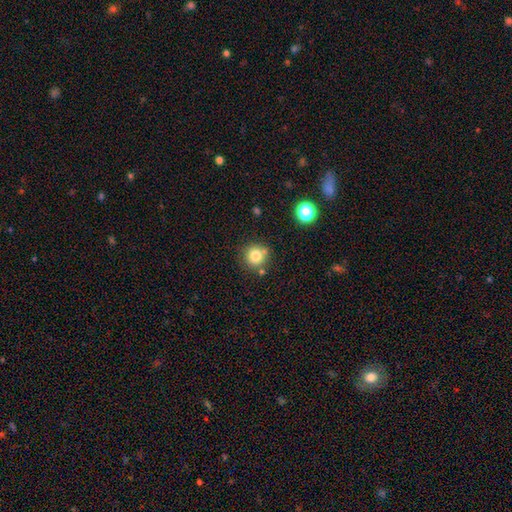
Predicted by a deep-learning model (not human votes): A smooth galaxy with no disk features (80%) that is round (93%). Merging: none (76%).